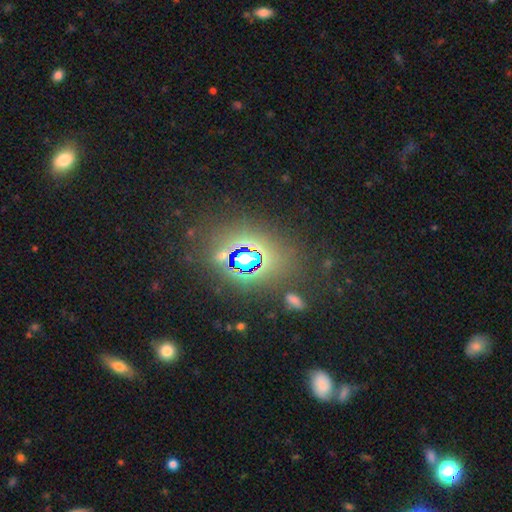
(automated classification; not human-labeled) Q: Smooth or featured?
A: star or artifact (74%); runner-up: smooth (16%)